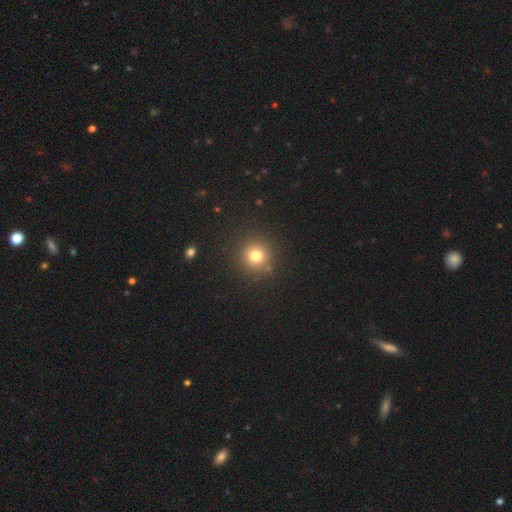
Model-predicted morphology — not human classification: This is likely a smooth galaxy (77%). How rounded: clearly round (94%). Merging: clearly none (88%).